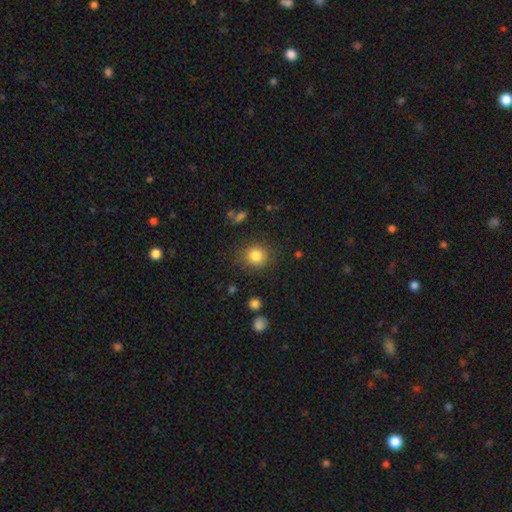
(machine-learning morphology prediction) Smooth or featured? smooth (84%)
How rounded? round (85%)
Merging? none (85%)